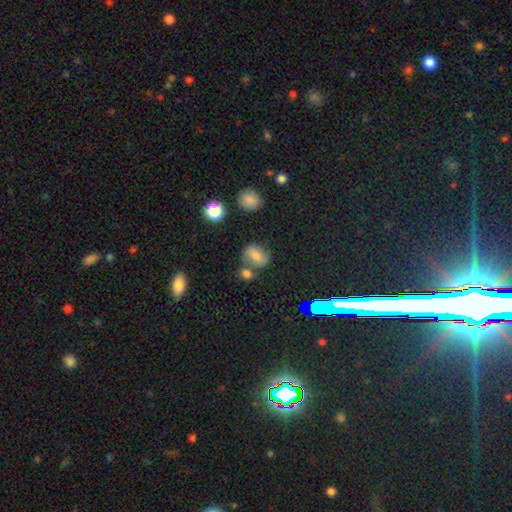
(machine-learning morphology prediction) Smooth or featured?
  - smooth: 63% *
  - featured or disk: 19%
  - star or artifact: 18%
How rounded?
  - in between: 60% *
  - round: 37%
  - cigar-shaped: 2%
Merging?
  - none: 60% *
  - merger: 19%
  - minor disturbance: 15%
  - major disturbance: 6%